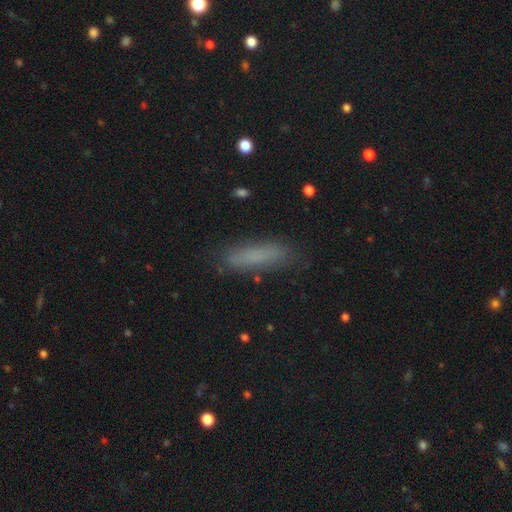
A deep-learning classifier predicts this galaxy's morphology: smooth-or-featured: smooth: 72% | featured or disk: 15% | star or artifact: 13%
  how-rounded: cigar-shaped: 70% | in between: 28% | round: 2%
  merging: none: 82% | minor disturbance: 13% | major disturbance: 4% | merger: 2%